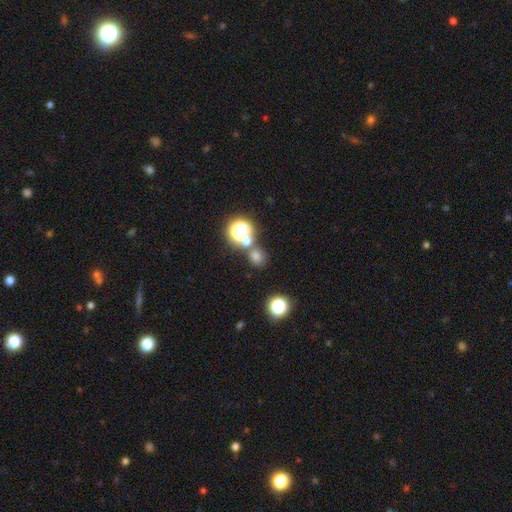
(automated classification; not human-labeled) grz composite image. It shows a smooth galaxy with no disk features (64%) that is round (82%). Merging: none (70%).